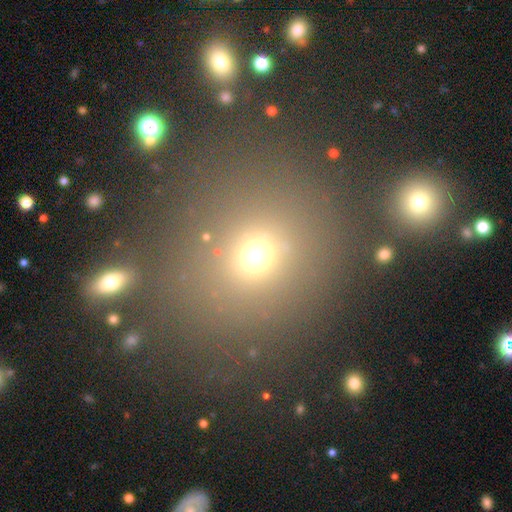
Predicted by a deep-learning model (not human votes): Q: Smooth or featured?
A: smooth (65%); runner-up: star or artifact (24%)
Q: How rounded?
A: round (80%); runner-up: in between (19%)
Q: Merging?
A: none (76%); runner-up: minor disturbance (10%)